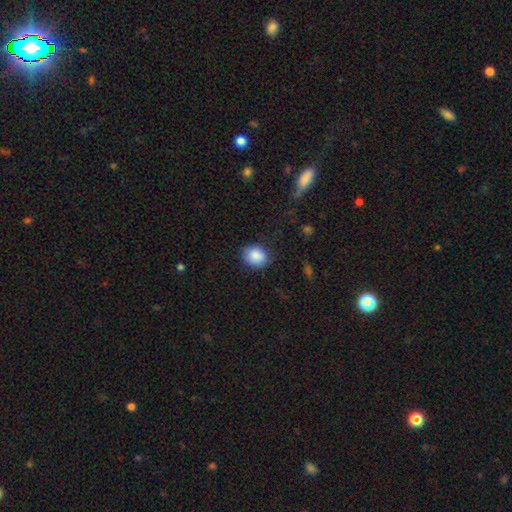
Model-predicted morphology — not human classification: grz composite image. It shows a smooth galaxy with no disk features (88%) that is round (52%). Merging: none (80%).